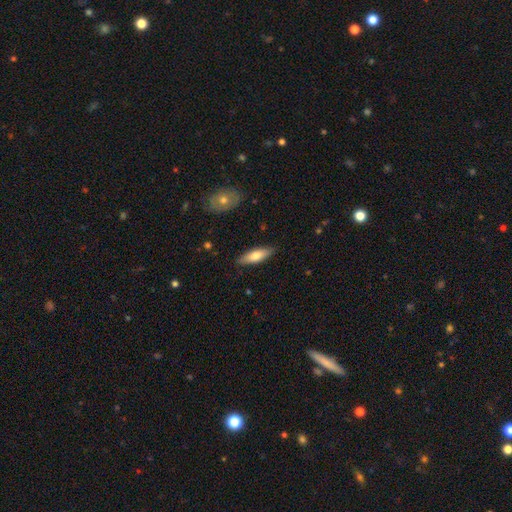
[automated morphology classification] A smooth galaxy with no disk features (71%) that is in between round and cigar-shaped (50%). Merging: none (87%).